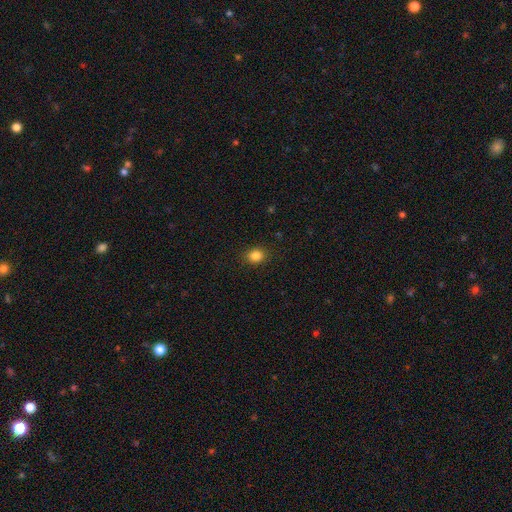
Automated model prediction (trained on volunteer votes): smooth 84%, star or artifact 11%, featured or disk 5%. Down the decision tree: how rounded — round (64%); merging — none (89%).